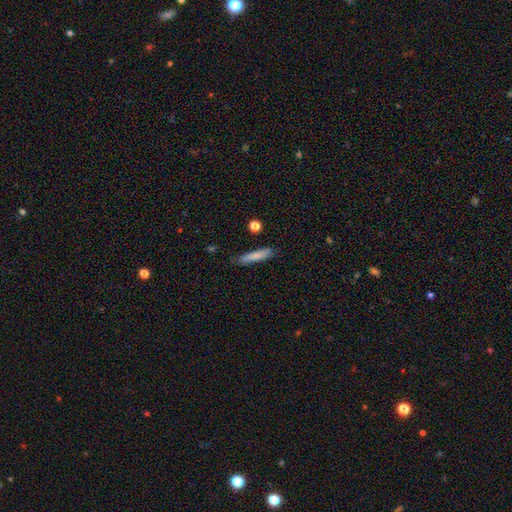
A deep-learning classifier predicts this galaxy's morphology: type=smooth (78%); roundness=cigar-shaped (87%); merging=none (80%).